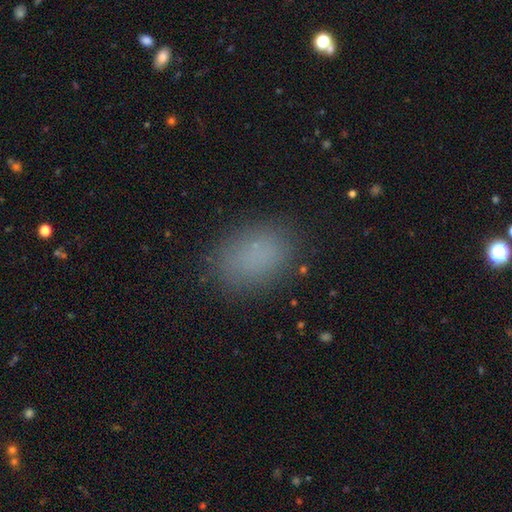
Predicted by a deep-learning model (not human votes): Smooth or featured? Predicted: smooth (p=0.81). How rounded? Predicted: in between (p=0.79). Merging? Predicted: none (p=0.84).